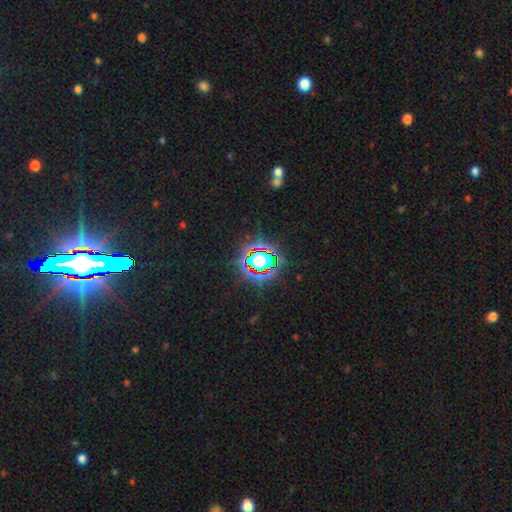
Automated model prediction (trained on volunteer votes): Morphology: type=star or artifact (71%).